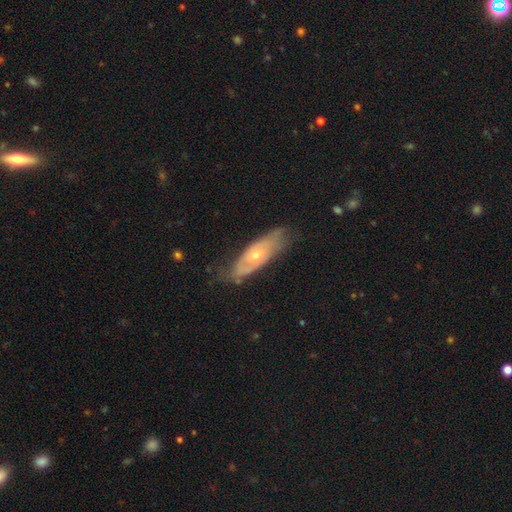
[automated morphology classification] This appears to be a featured or disk galaxy (65%). Merging: none (66%).